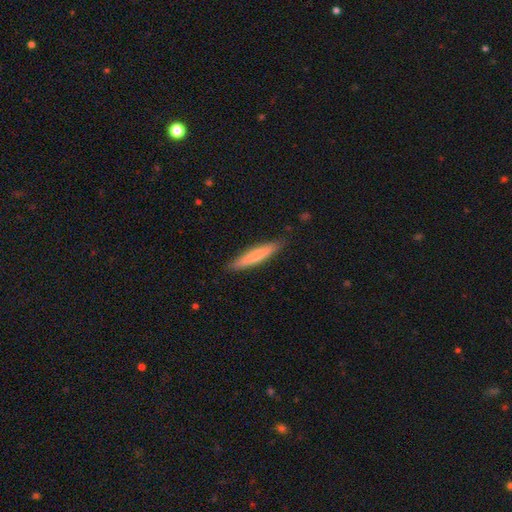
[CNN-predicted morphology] A smooth galaxy with no disk features (73%) that is cigar-shaped (93%). Merging: none (89%).